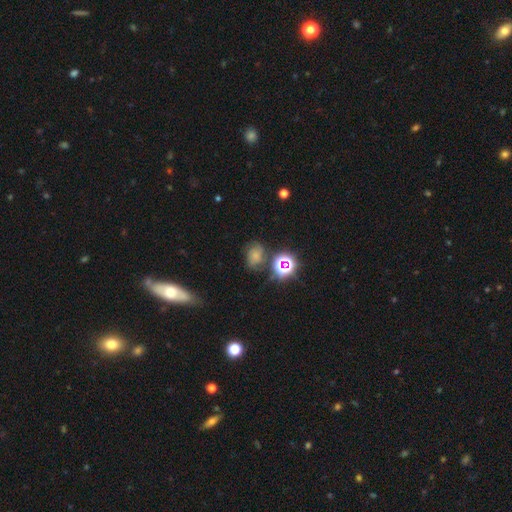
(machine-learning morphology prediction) This appears to be a smooth galaxy with no disk features (47%). Merging: none (59%).